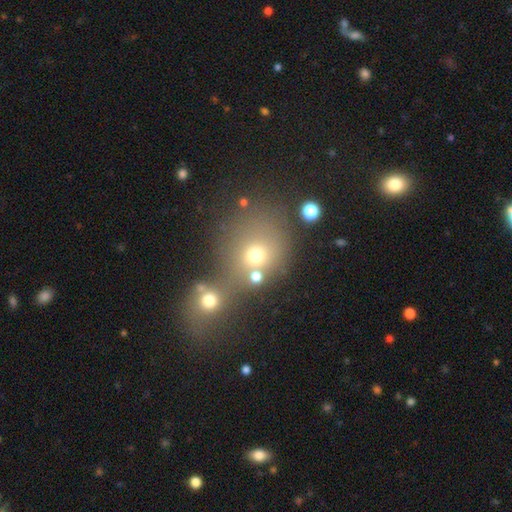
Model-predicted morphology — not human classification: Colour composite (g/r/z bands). It shows a smooth galaxy with no disk features (67%) that is round (76%). Merging: merger (50%).